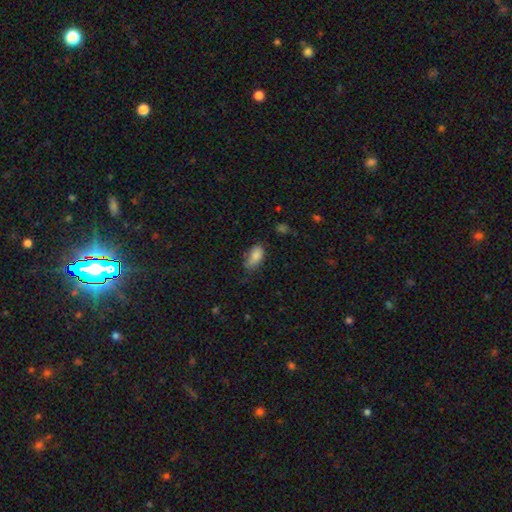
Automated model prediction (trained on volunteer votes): This is clearly a smooth galaxy (84%). How rounded: clearly in between (91%). Merging: possibly none (54%).